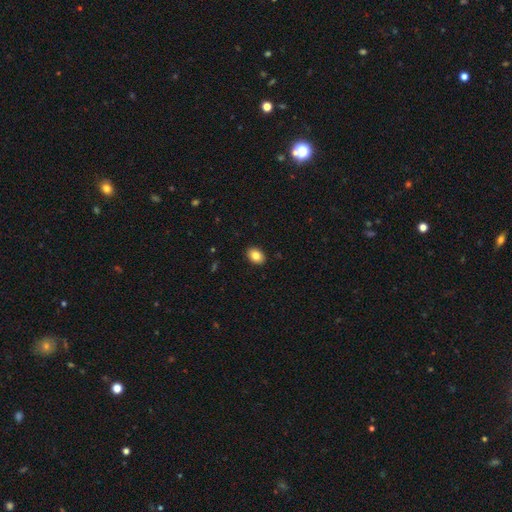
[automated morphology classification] Smooth or featured: smooth — 83% (star or artifact — 9%)
How rounded: in between — 74% (round — 25%)
Merging: none — 91% (minor disturbance — 7%)